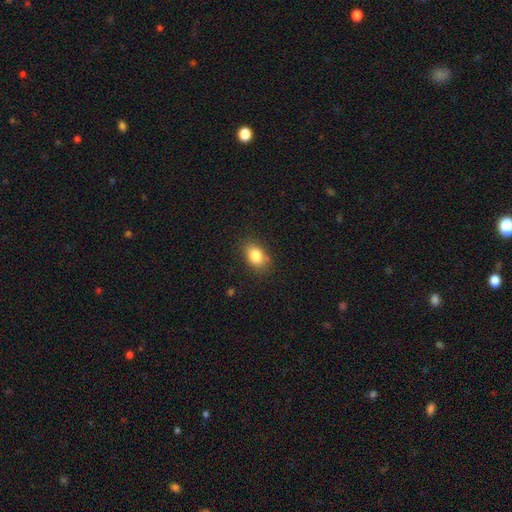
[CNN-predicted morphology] The model was most divided on "how rounded": in between: 77%, round: 22%, cigar-shaped: 1%. More confident: smooth or featured — smooth (83%); merging — none (81%).